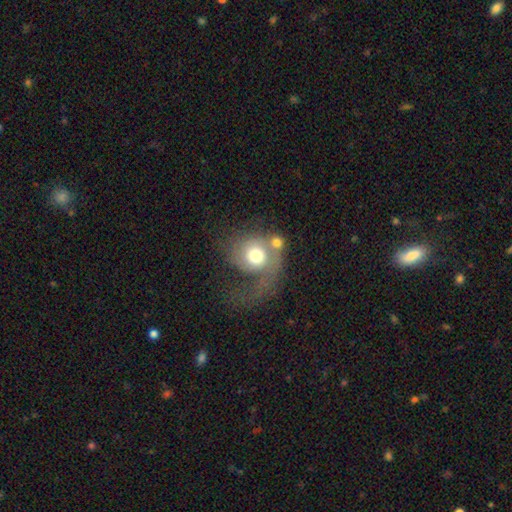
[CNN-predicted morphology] Smooth or featured: featured or disk — 47% (smooth — 44%)
Merging: major disturbance — 36% (merger — 29%)